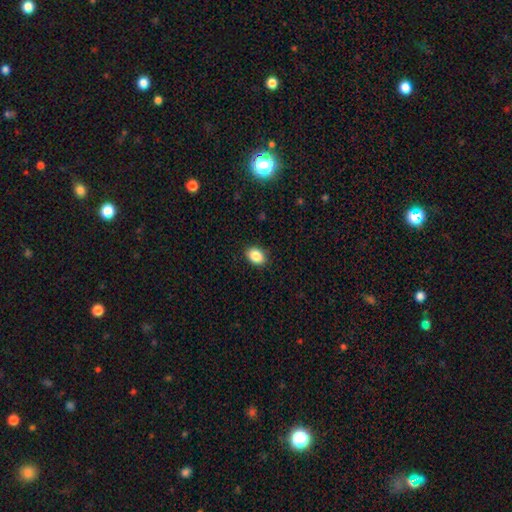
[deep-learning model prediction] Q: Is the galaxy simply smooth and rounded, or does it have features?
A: smooth — 87%.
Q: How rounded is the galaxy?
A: in between — 76%.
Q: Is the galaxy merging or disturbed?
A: none — 89%.